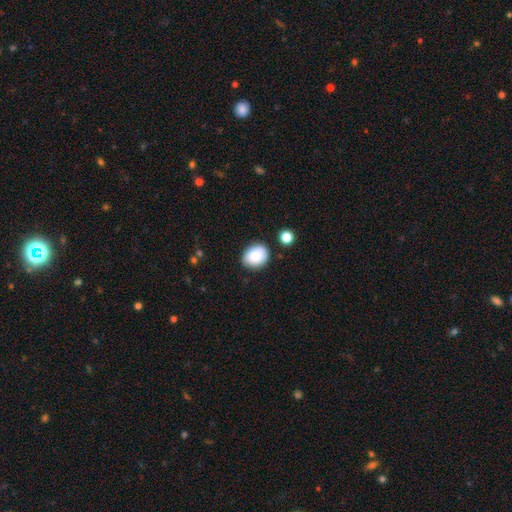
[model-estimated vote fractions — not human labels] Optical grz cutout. It shows a smooth galaxy with no disk features (83%) that is in between round and cigar-shaped (53%). Merging: none (81%).